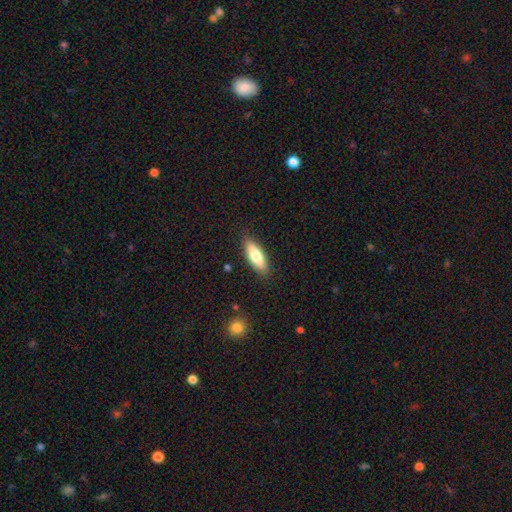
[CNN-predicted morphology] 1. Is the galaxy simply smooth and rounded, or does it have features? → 76% smooth, 18% featured or disk, 6% star or artifact.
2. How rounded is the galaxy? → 55% in between, 43% cigar-shaped, 2% round.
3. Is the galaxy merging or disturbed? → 87% none, 9% minor disturbance, 2% major disturbance, 1% merger.